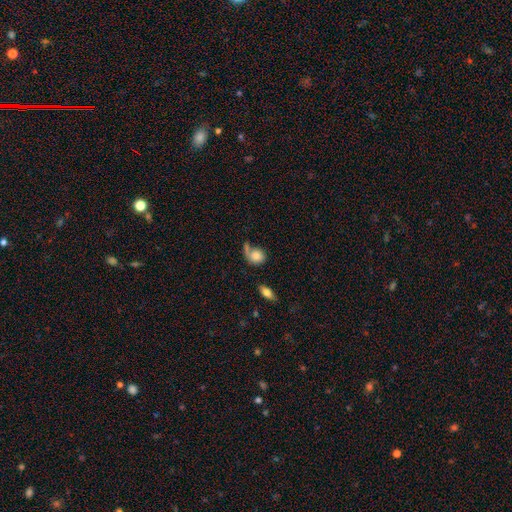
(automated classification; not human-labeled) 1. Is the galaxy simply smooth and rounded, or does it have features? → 71% smooth, 21% featured or disk, 8% star or artifact.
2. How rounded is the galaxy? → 62% round, 36% in between, 2% cigar-shaped.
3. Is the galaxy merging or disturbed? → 38% none, 24% major disturbance, 21% merger, 17% minor disturbance.